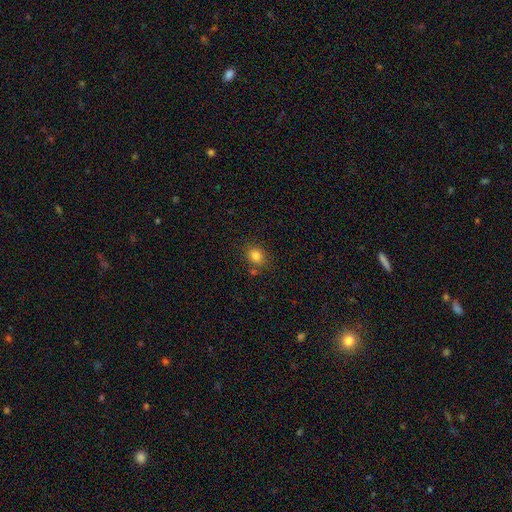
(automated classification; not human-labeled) Morphology: type=smooth (82%); roundness=round (65%); merging=none (78%).